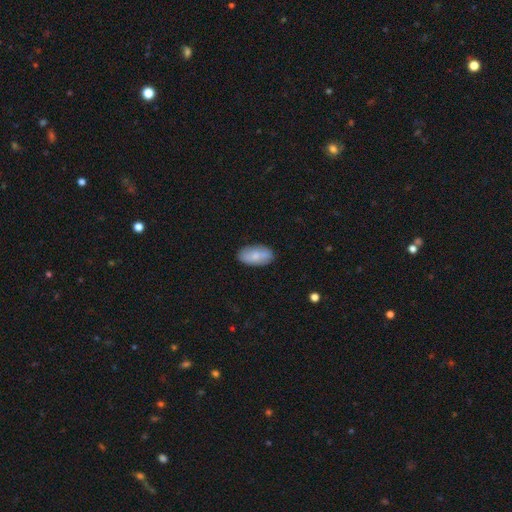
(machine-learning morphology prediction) smooth-or-featured: smooth: 76% | featured or disk: 18% | star or artifact: 6%
  how-rounded: in between: 94% | round: 3% | cigar-shaped: 3%
  merging: none: 80% | minor disturbance: 14% | major disturbance: 3% | merger: 2%